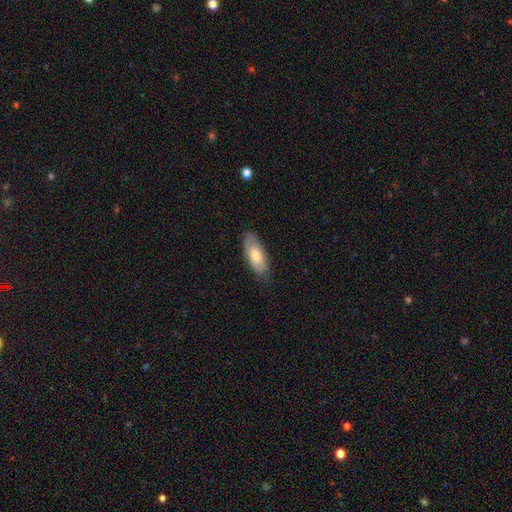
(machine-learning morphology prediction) This appears to be a smooth galaxy with no disk features (69%) that is in between round and cigar-shaped (80%). Merging: none (81%).